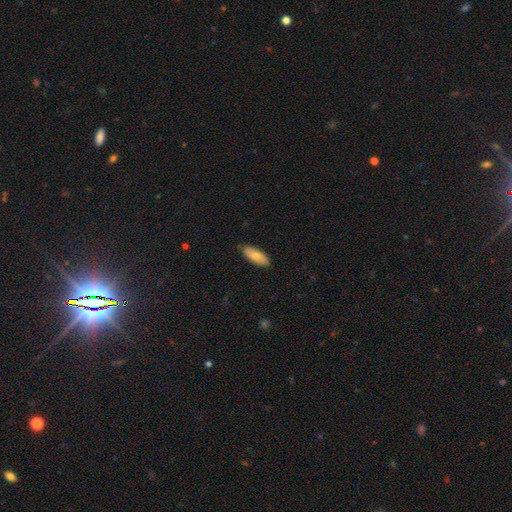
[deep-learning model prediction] This is likely a smooth galaxy (74%). How rounded: clearly in between (82%). Merging: clearly none (85%).